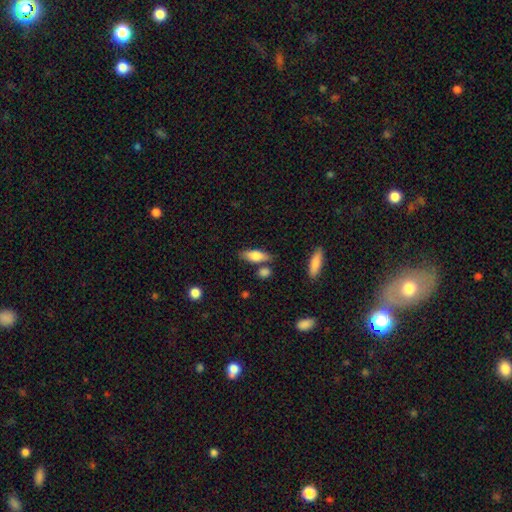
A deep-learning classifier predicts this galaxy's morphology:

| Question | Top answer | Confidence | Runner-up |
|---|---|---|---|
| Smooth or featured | smooth | 74% | featured or disk (19%) |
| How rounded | in between | 68% | cigar-shaped (29%) |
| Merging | none | 71% | minor disturbance (15%) |